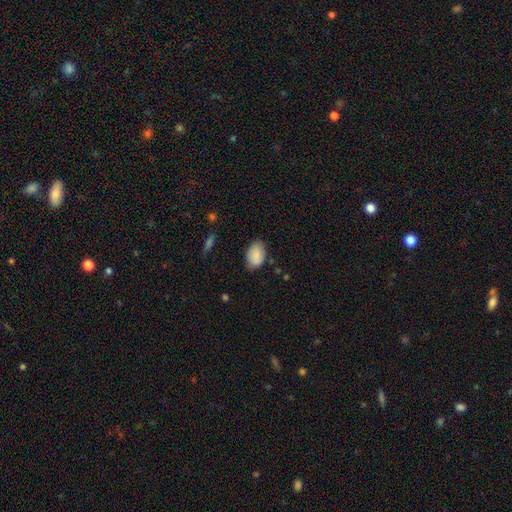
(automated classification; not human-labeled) smooth_or_featured: smooth (p=0.87) [alt: star or artifact p=0.07]
how_rounded: in between (p=0.87) [alt: round p=0.12]
merging: none (p=0.75) [alt: minor disturbance p=0.20]